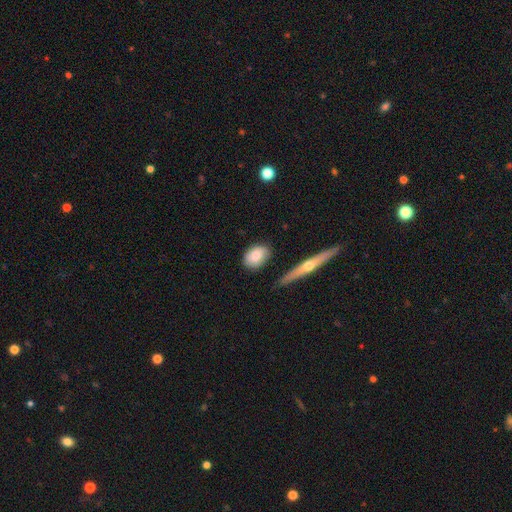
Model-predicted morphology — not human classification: smooth 81%, featured or disk 13%, star or artifact 6%. Down the decision tree: how rounded — in between (70%); merging — none (77%).